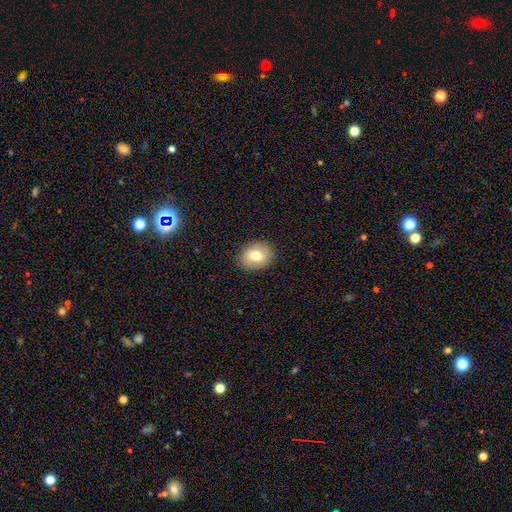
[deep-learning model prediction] Overall: smooth (72%). How rounded: in between (54%; round 45%). Merging: none (87%).